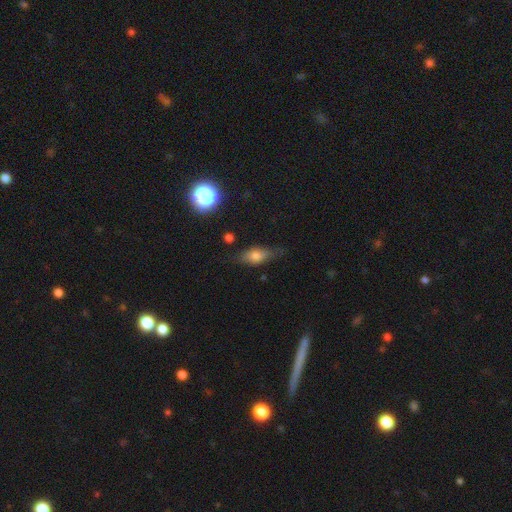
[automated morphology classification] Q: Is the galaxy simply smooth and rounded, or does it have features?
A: smooth — 61%.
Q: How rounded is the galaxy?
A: in between — 72%.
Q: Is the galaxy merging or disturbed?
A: none — 68%.